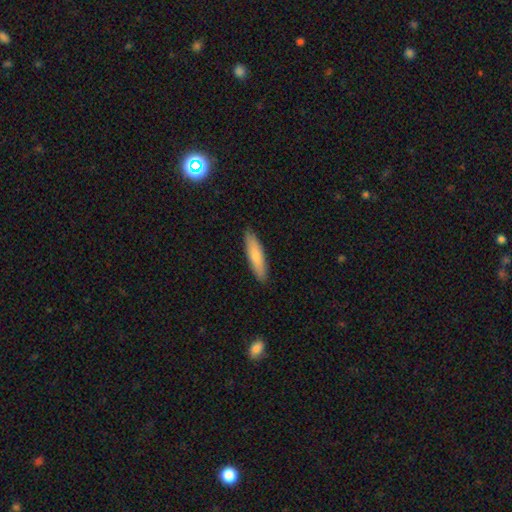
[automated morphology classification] A smooth galaxy with no disk features (78%) that is cigar-shaped (76%).

Vote fractions:
- Smooth or featured? smooth: 78% / featured or disk: 17% / star or artifact: 5%
- How rounded? cigar-shaped: 76% / in between: 22% / round: 2%
- Merging? none: 90% / minor disturbance: 8% / major disturbance: 1% / merger: 1%